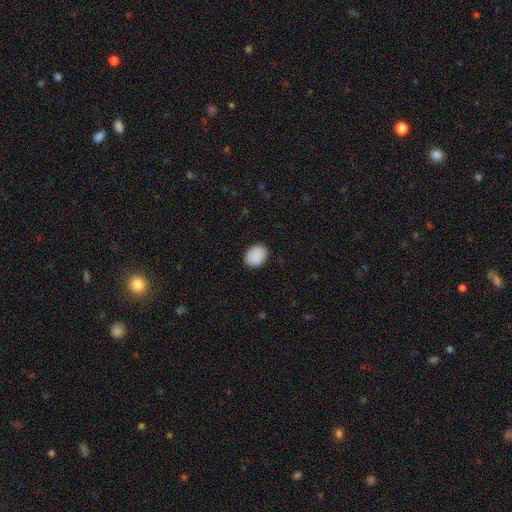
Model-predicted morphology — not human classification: smooth 90%, star or artifact 7%, featured or disk 3%. Down the decision tree: how rounded — in between (53%); merging — none (89%).